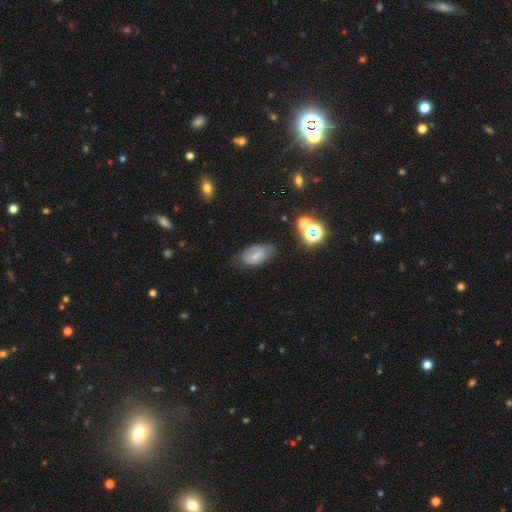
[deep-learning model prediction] Overall: smooth (57%; featured or disk 30%). How rounded: in between (91%). Merging: none (54%; minor disturbance 33%).